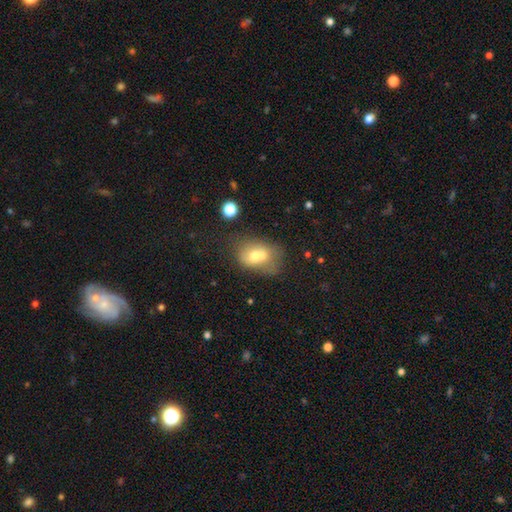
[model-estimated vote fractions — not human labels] smooth-or-featured: smooth: 61% | featured or disk: 29% | star or artifact: 11%
  how-rounded: in between: 56% | round: 43% | cigar-shaped: 1%
  merging: merger: 64% | none: 21% | minor disturbance: 10% | major disturbance: 6%